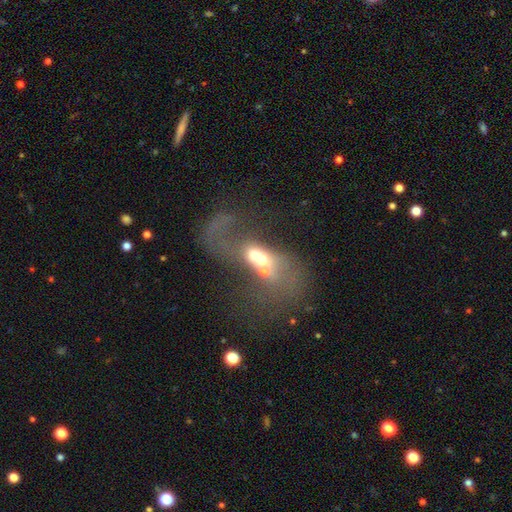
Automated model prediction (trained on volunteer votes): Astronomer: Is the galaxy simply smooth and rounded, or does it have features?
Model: featured or disk — 48% (runner-up: smooth, 38%).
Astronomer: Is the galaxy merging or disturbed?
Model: merger — 67%.